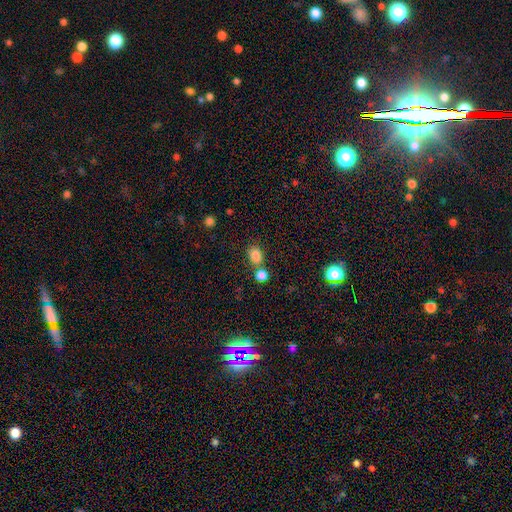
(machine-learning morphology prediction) smooth 83%, star or artifact 11%, featured or disk 5%. Down the decision tree: how rounded — in between (65%); merging — none (60%).